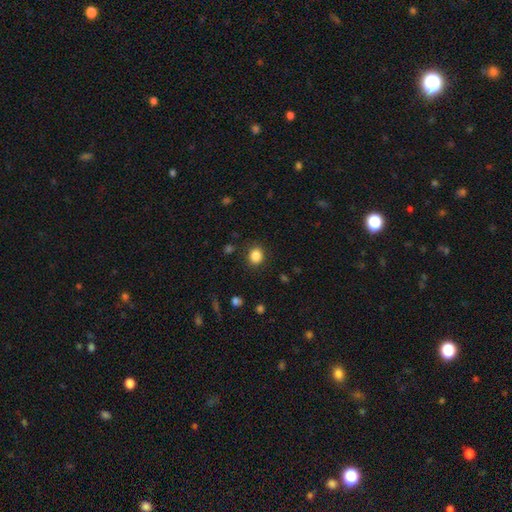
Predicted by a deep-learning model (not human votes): This appears to be a smooth galaxy with no disk features (85%) that is round (70%). Merging: none (87%).